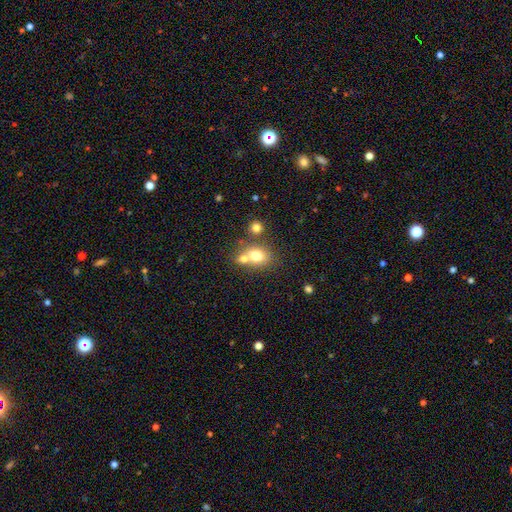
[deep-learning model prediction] This appears to be a smooth galaxy with no disk features (73%) that is in between round and cigar-shaped (51%). Merging: merger (47%).